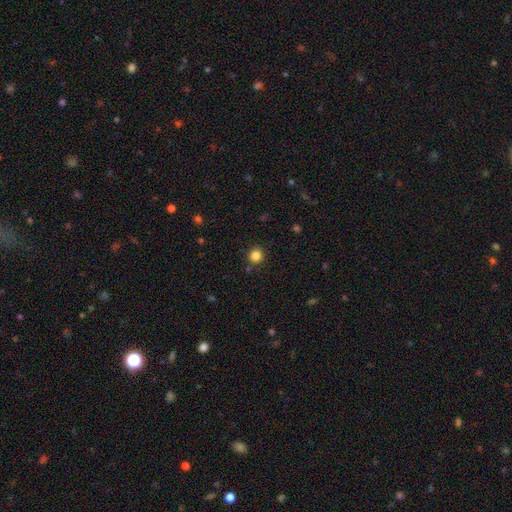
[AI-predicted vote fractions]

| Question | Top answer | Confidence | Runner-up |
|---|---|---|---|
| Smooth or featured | smooth | 84% | star or artifact (12%) |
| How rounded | round | 93% | in between (6%) |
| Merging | none | 89% | minor disturbance (7%) |